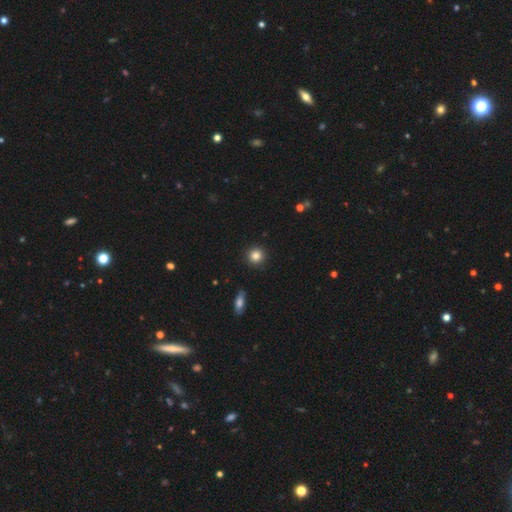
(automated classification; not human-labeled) This appears to be a smooth galaxy with no disk features (84%) that is round (94%). Merging: none (92%).